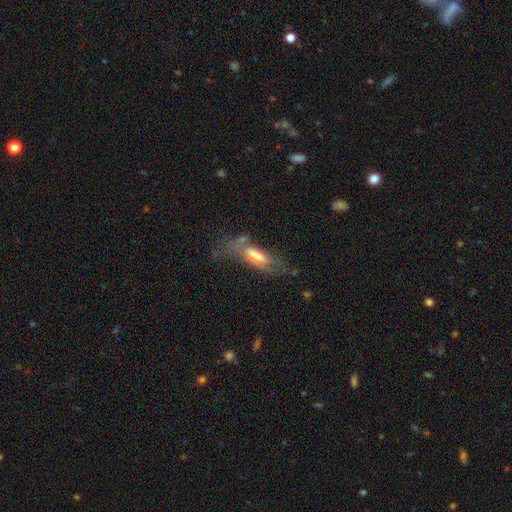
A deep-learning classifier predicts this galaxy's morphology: Q: Smooth or featured?
A: smooth (48%); runner-up: featured or disk (43%)
Q: Merging?
A: none (45%); runner-up: minor disturbance (25%)